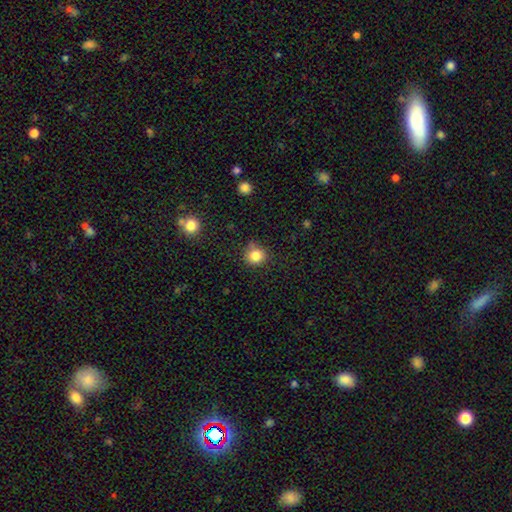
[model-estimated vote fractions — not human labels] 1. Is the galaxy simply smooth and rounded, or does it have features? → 84% smooth, 11% star or artifact, 5% featured or disk.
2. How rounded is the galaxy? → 90% round, 9% in between, 1% cigar-shaped.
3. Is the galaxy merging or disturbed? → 80% none, 13% minor disturbance, 4% merger, 3% major disturbance.